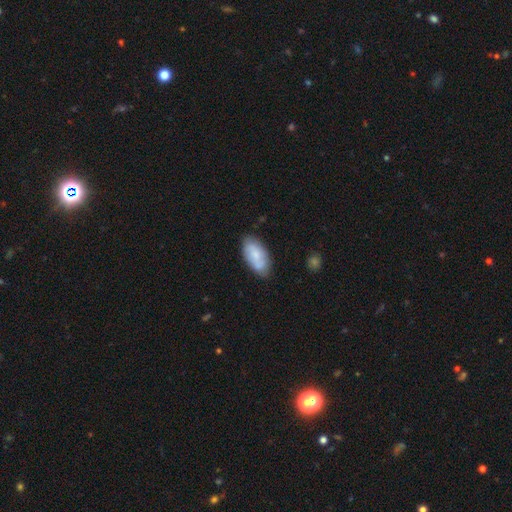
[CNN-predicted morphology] Smooth or featured: smooth — 68% (featured or disk — 26%)
How rounded: in between — 93% (cigar-shaped — 5%)
Merging: none — 72% (minor disturbance — 20%)